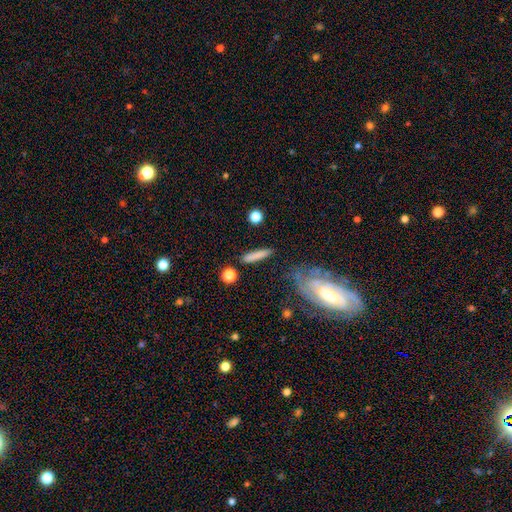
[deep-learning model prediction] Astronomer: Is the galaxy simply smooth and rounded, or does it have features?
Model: smooth — 79%.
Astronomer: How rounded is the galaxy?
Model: cigar-shaped — 87%.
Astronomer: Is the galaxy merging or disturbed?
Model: none — 84%.